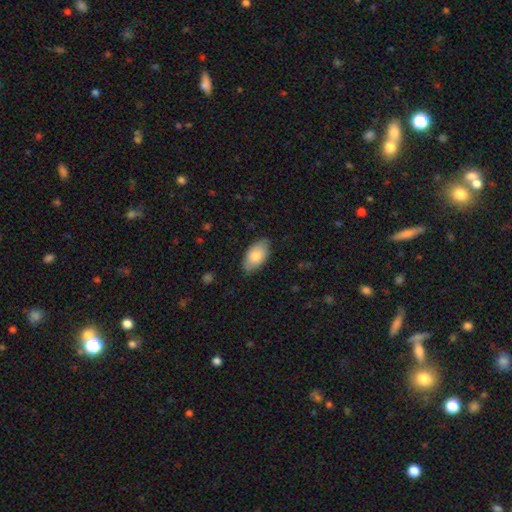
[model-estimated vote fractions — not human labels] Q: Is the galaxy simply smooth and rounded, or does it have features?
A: smooth — 80%.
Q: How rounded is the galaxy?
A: in between — 95%.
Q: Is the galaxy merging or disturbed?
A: none — 82%.